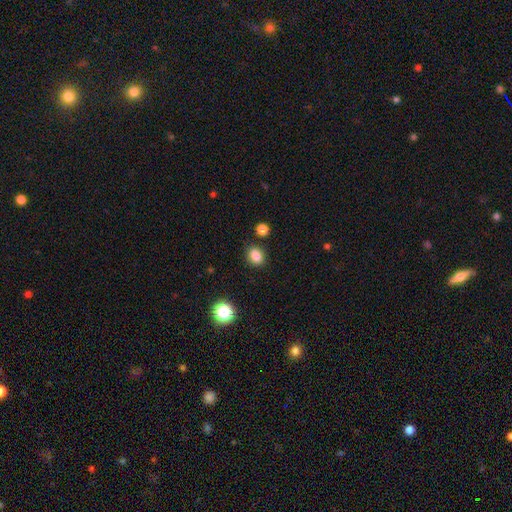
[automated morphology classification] smooth 83%, star or artifact 12%, featured or disk 5%. Down the decision tree: how rounded — in between (53%); merging — none (83%).